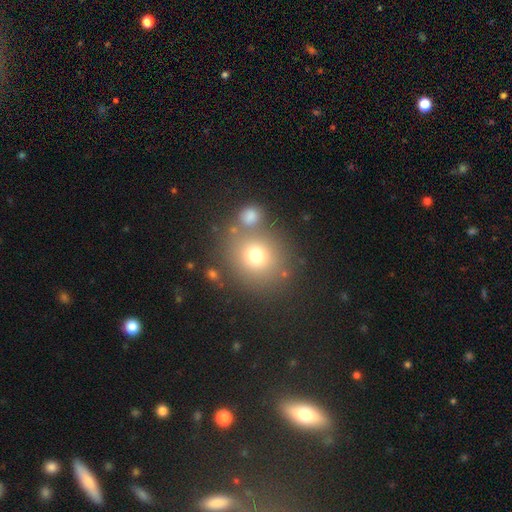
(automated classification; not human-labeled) A smooth galaxy with no disk features (73%) that is round (80%).

Vote fractions:
- Smooth or featured? smooth: 73% / star or artifact: 14% / featured or disk: 13%
- How rounded? round: 80% / in between: 19% / cigar-shaped: 1%
- Merging? none: 67% / merger: 17% / minor disturbance: 11% / major disturbance: 5%